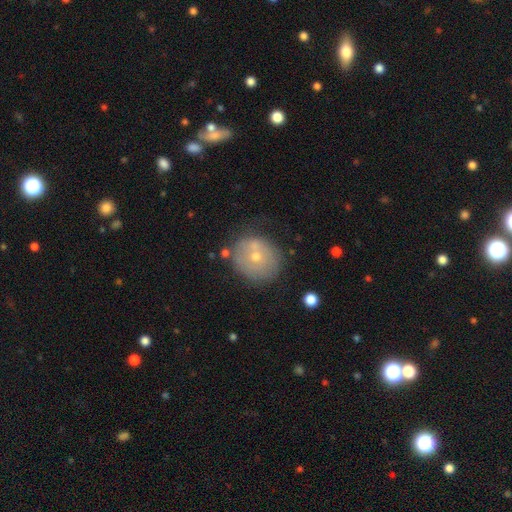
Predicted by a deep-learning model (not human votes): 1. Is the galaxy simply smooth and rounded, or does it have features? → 52% smooth, 38% featured or disk, 10% star or artifact.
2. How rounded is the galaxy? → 83% round, 16% in between, 1% cigar-shaped.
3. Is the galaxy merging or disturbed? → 64% none, 20% minor disturbance, 10% merger, 7% major disturbance.